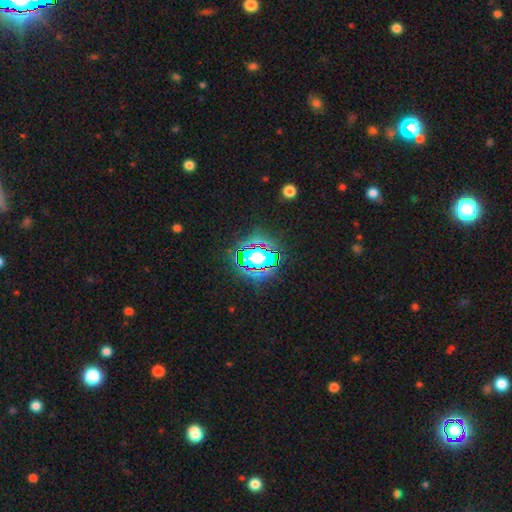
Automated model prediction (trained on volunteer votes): Smooth or featured?
  - star or artifact: 81% *
  - smooth: 12%
  - featured or disk: 7%